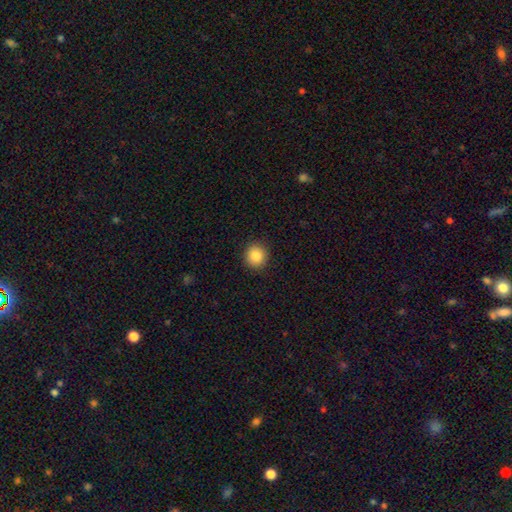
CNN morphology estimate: smooth 86%, star or artifact 9%, featured or disk 4%. Down the decision tree: how rounded — round (88%); merging — none (91%).